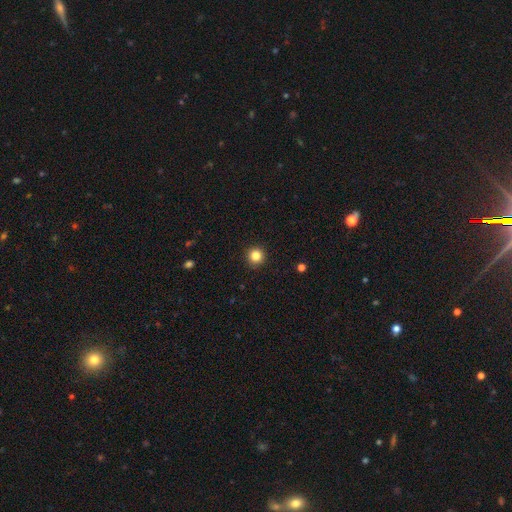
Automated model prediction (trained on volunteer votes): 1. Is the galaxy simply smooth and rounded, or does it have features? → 84% smooth, 12% star or artifact, 4% featured or disk.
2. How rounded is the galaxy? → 95% round, 4% in between, 1% cigar-shaped.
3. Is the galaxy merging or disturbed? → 93% none, 5% minor disturbance, 2% major disturbance, 1% merger.